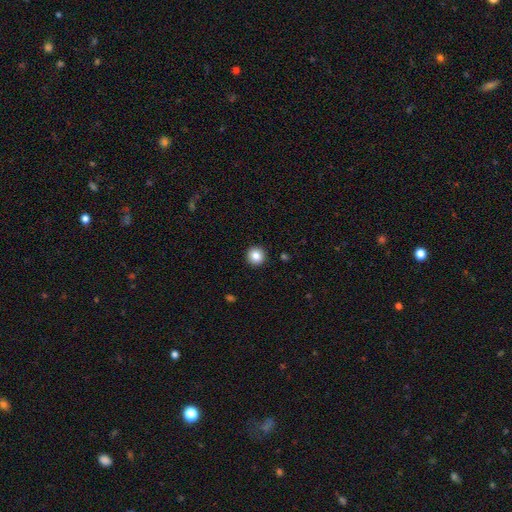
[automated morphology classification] smooth 85%, star or artifact 9%, featured or disk 5%. Down the decision tree: how rounded — round (95%); merging — none (93%).